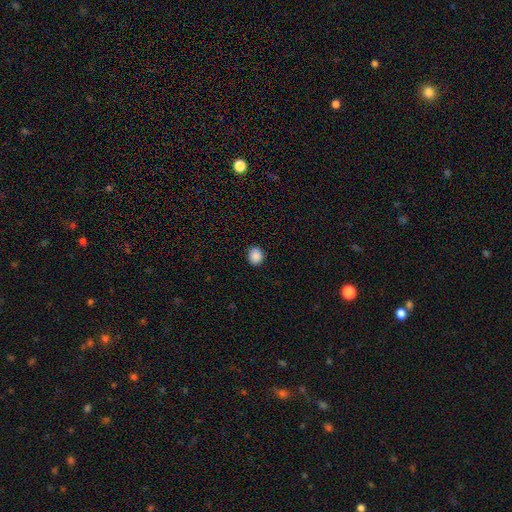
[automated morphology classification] Smooth or featured? smooth (88%)
How rounded? round (70%)
Merging? none (90%)